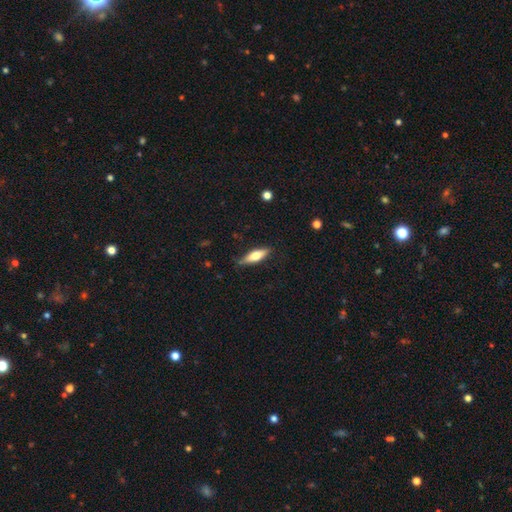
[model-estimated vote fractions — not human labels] Morphology: type=smooth (57%); roundness=cigar-shaped (51%); merging=none (82%).